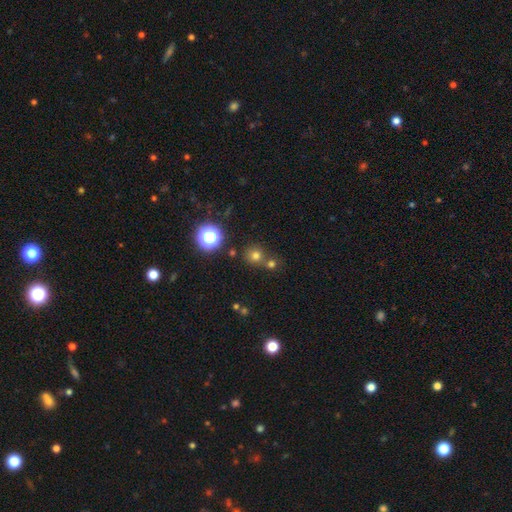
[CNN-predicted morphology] smooth-or-featured: smooth: 67% | star or artifact: 24% | featured or disk: 8%
  how-rounded: round: 89% | in between: 10% | cigar-shaped: 1%
  merging: none: 64% | merger: 25% | minor disturbance: 8% | major disturbance: 3%